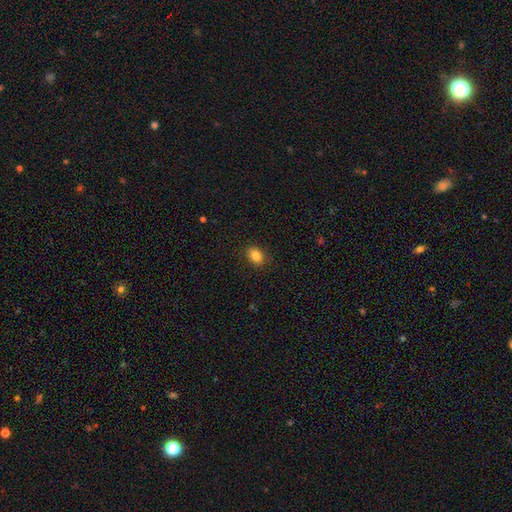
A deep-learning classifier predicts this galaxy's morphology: The model was most divided on "how rounded": in between: 68%, round: 31%, cigar-shaped: 1%. More confident: merging — none (87%); smooth or featured — smooth (84%).